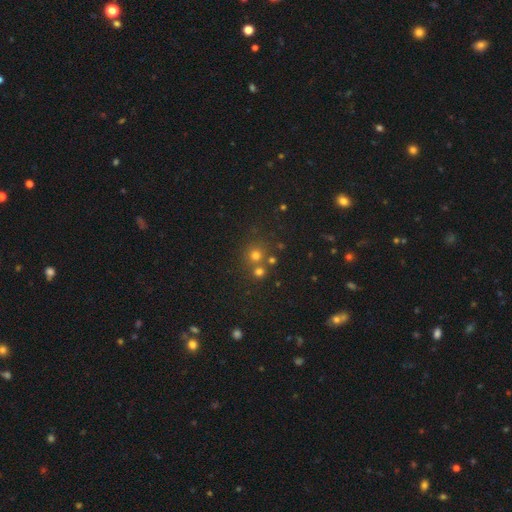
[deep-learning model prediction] The model was most divided on "smooth or featured": smooth: 63%, star or artifact: 27%, featured or disk: 9%. More confident: how rounded — round (90%); merging — none (65%).